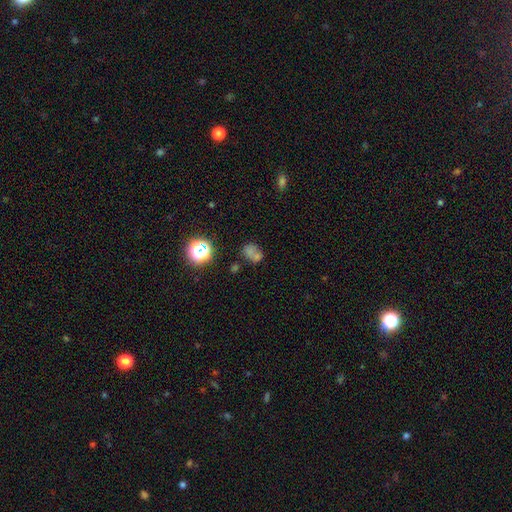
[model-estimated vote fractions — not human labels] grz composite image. It shows a smooth galaxy with no disk features (58%) that is round (55%). Merging: none (42%).